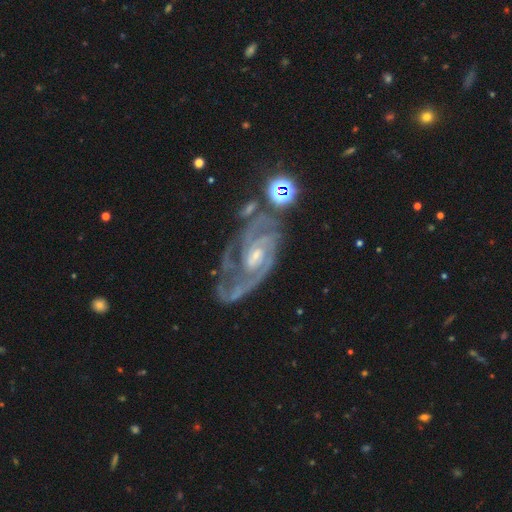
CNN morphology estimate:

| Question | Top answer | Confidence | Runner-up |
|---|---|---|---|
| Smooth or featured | featured or disk | 90% | star or artifact (6%) |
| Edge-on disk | no | 97% | yes (3%) |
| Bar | weak | 45% | no (40%) |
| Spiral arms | yes | 98% | no (2%) |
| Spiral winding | tight | 54% | medium (39%) |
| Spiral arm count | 2 | 53% | 3 (19%) |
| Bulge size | small | 63% | moderate (30%) |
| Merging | none | 56% | minor disturbance (22%) |